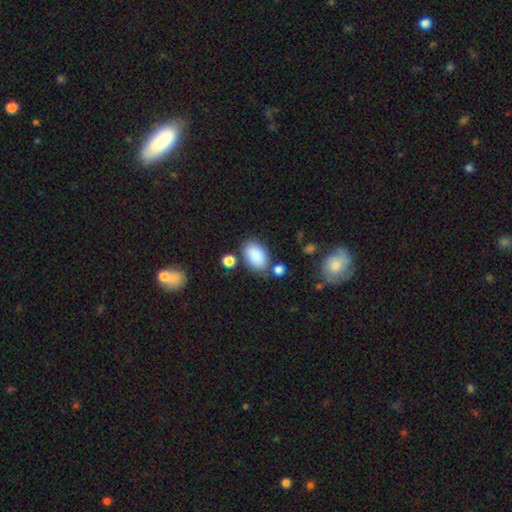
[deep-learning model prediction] Smooth or featured? Predicted: smooth (p=0.87). How rounded? Predicted: in between (p=0.91). Merging? Predicted: none (p=0.71).